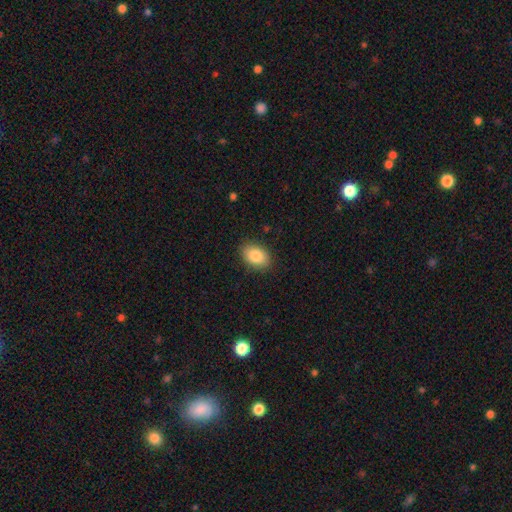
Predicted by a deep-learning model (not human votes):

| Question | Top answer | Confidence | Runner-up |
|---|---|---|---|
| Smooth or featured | smooth | 85% | featured or disk (7%) |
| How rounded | in between | 84% | round (14%) |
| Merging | none | 87% | minor disturbance (10%) |